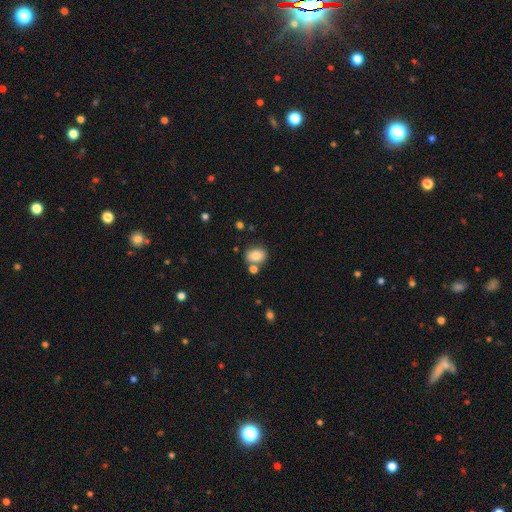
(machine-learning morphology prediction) A smooth galaxy with no disk features (80%) that is in between round and cigar-shaped (69%). Merging: none (68%).